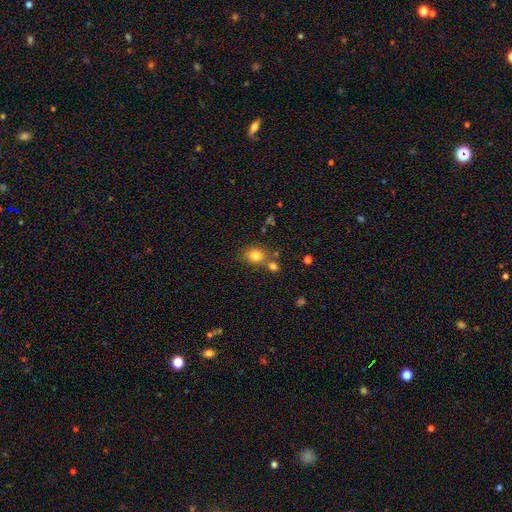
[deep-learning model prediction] This appears to be a smooth galaxy with no disk features (80%) that is round (56%). Merging: none (61%).